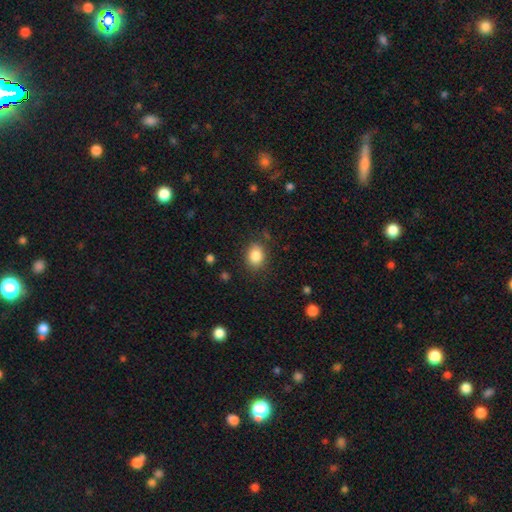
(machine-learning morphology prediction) The model was most divided on "how rounded": in between: 52%, round: 47%, cigar-shaped: 1%. More confident: smooth or featured — smooth (85%); merging — none (82%).